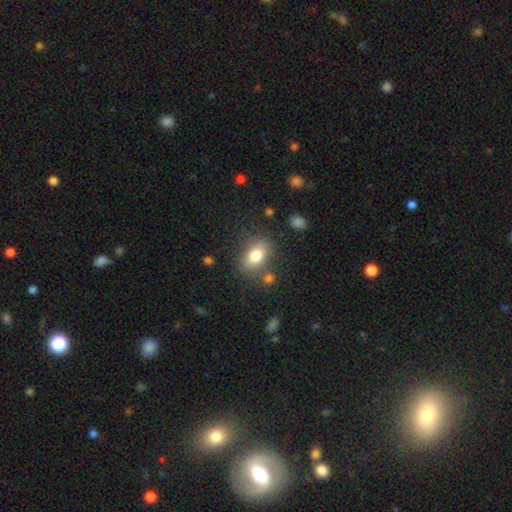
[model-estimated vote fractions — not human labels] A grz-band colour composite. It shows a smooth galaxy with no disk features (80%) that is in between round and cigar-shaped (81%). Merging: none (75%).